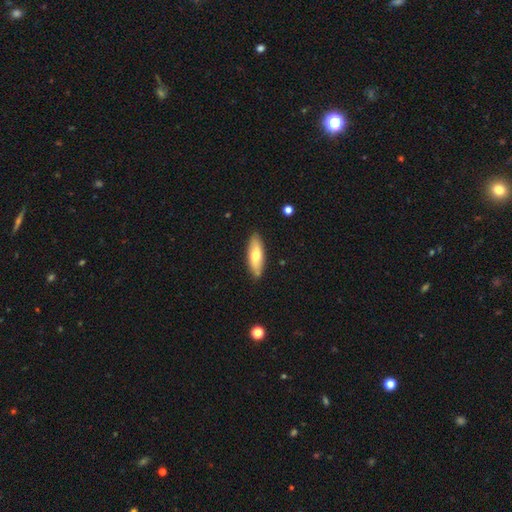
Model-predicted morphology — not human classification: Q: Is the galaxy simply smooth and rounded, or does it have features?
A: smooth — 63%.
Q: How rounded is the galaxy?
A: in between — 62%.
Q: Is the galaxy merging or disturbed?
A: none — 84%.